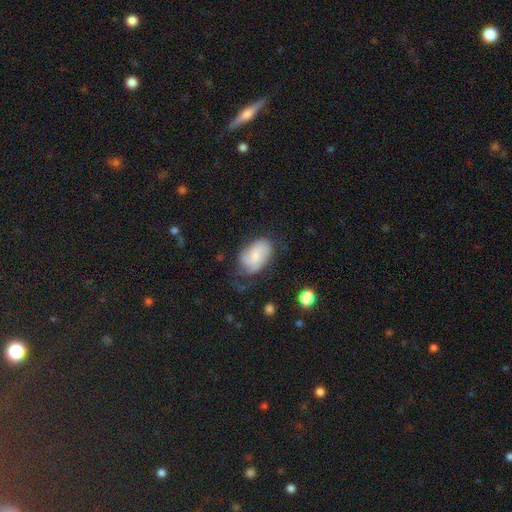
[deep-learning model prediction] A smooth galaxy with no disk features (62%) that is in between round and cigar-shaped (90%).

Vote fractions:
- Smooth or featured? smooth: 62% / featured or disk: 30% / star or artifact: 8%
- How rounded? in between: 90% / round: 8% / cigar-shaped: 1%
- Merging? none: 46% / minor disturbance: 34% / major disturbance: 18% / merger: 2%